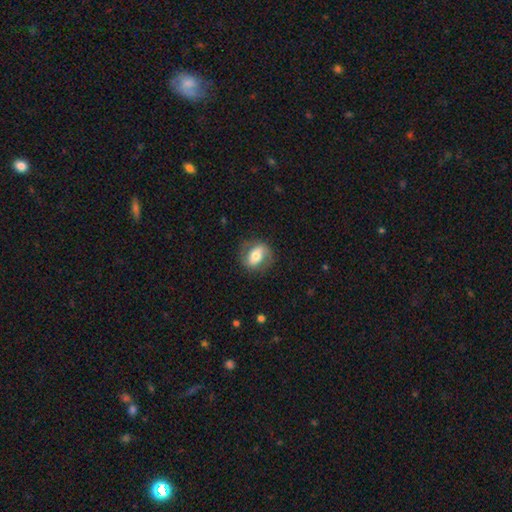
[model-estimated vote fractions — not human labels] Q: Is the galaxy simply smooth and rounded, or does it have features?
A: featured or disk — 50%.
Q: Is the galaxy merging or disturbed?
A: none — 77%.